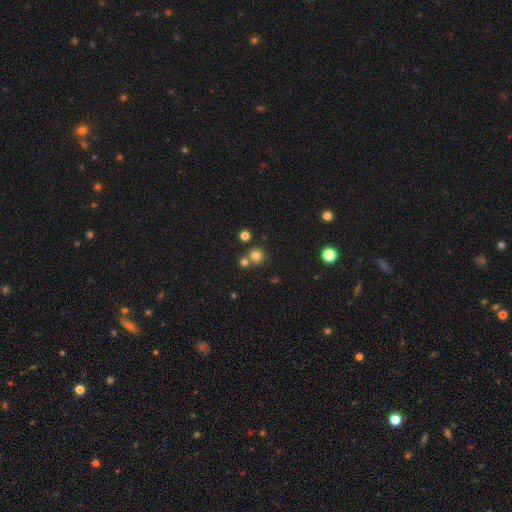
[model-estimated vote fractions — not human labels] Morphology: type=smooth (78%); roundness=round (92%); merging=none (64%).